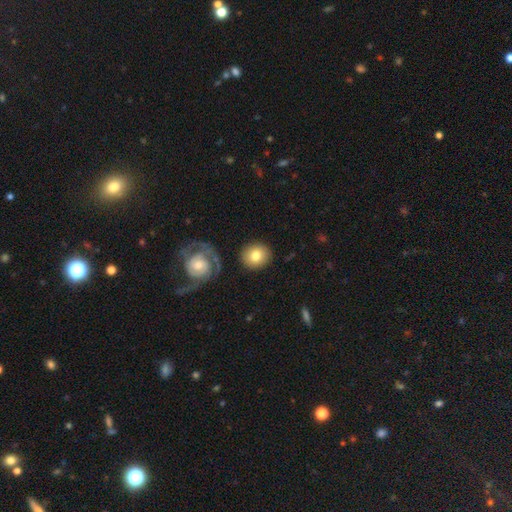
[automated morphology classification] A smooth galaxy with no disk features (77%) that is round (84%). Merging: none (85%).